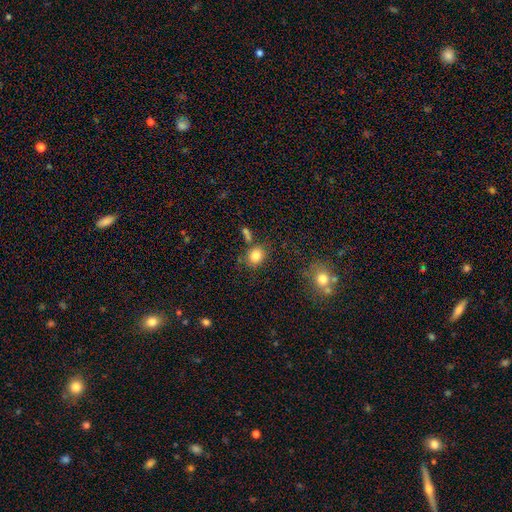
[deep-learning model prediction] The model was most divided on "how rounded": round: 60%, in between: 39%, cigar-shaped: 1%. More confident: smooth or featured — smooth (83%); merging — none (72%).